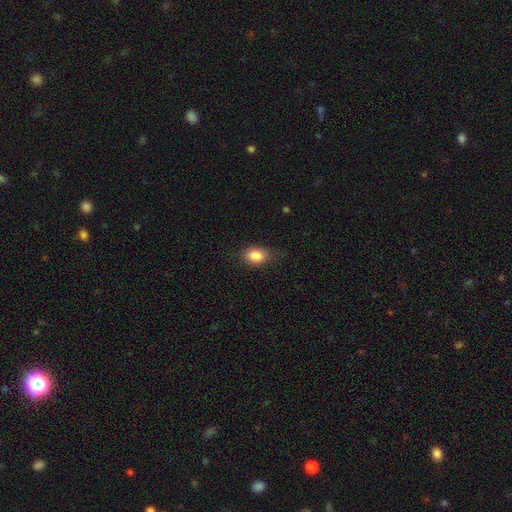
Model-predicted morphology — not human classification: Overall: smooth (85%). How rounded: in between (77%). Merging: none (76%).